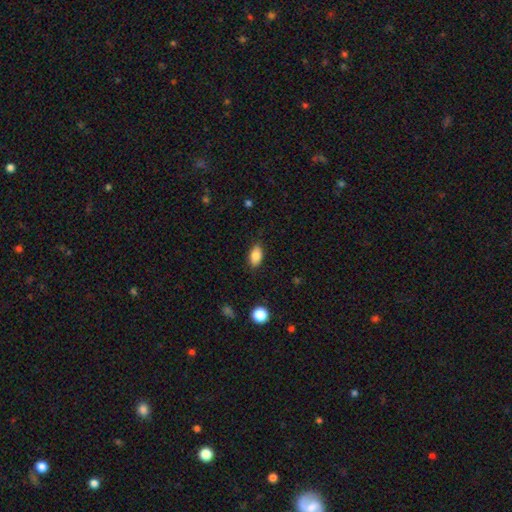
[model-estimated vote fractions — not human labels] This is clearly a smooth galaxy (84%). How rounded: clearly in between (90%). Merging: clearly none (84%).